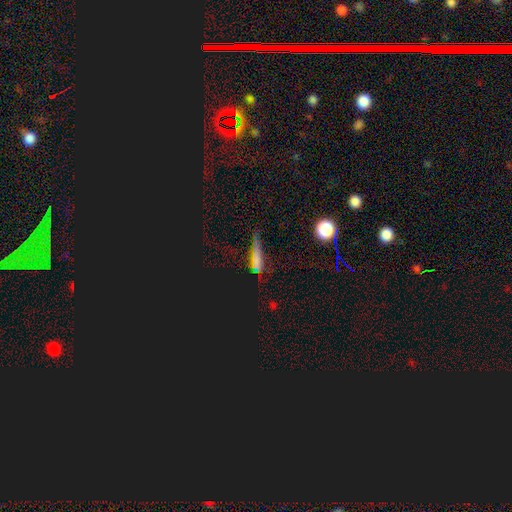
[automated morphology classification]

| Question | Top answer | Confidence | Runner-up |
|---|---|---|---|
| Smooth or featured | star or artifact | 43% | smooth (37%) |